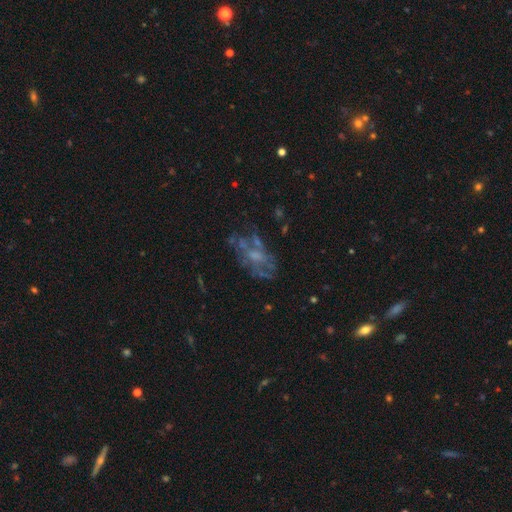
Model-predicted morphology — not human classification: This appears to be a featured or disk galaxy (65%) with no bar (77%), no spiral arms (67%) and a moderate central bulge (34%). Merging: none (50%).